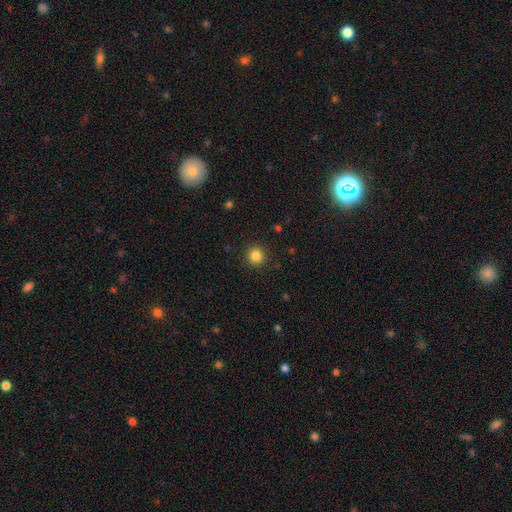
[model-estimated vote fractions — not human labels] Smooth or featured? smooth (85%)
How rounded? round (93%)
Merging? none (92%)